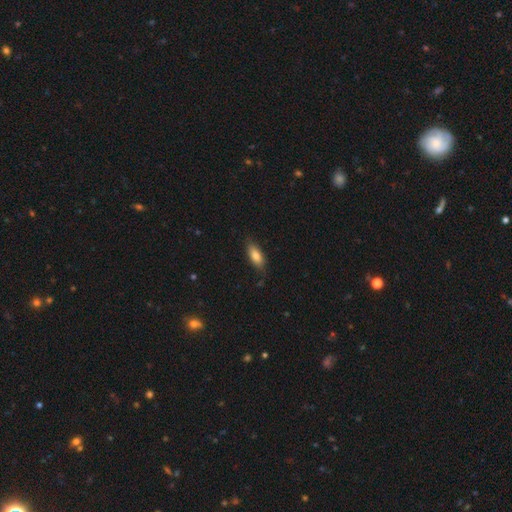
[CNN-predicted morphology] A smooth galaxy with no disk features (80%) that is in between round and cigar-shaped (78%).

Vote fractions:
- Smooth or featured? smooth: 80% / featured or disk: 13% / star or artifact: 7%
- How rounded? in between: 78% / cigar-shaped: 19% / round: 2%
- Merging? none: 78% / minor disturbance: 17% / major disturbance: 3% / merger: 1%